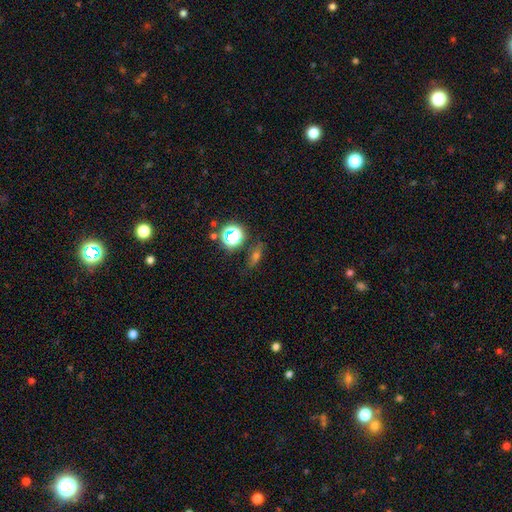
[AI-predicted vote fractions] Smooth or featured?
  - smooth: 45% *
  - star or artifact: 31%
  - featured or disk: 23%
Merging?
  - none: 79% *
  - minor disturbance: 13%
  - major disturbance: 5%
  - merger: 4%